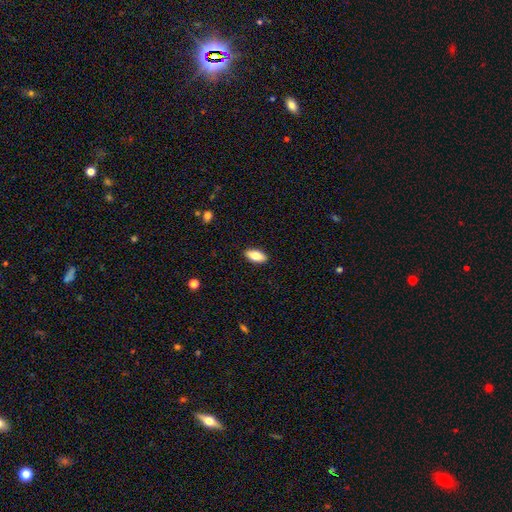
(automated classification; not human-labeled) Overall: smooth (77%). How rounded: in between (87%). Merging: none (90%).